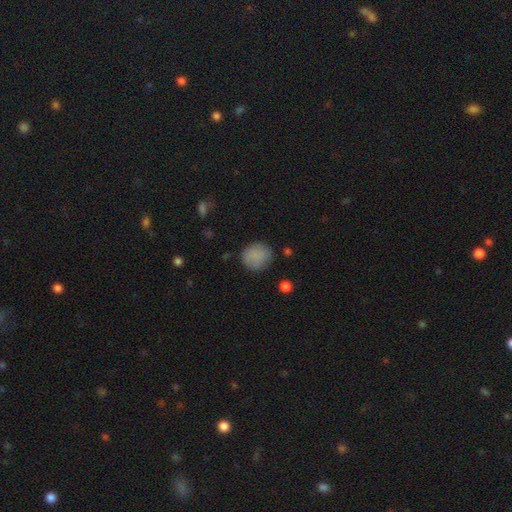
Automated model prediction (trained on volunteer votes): smooth-or-featured: smooth: 85% | star or artifact: 9% | featured or disk: 6%
  how-rounded: round: 81% | in between: 18% | cigar-shaped: 1%
  merging: none: 79% | minor disturbance: 15% | major disturbance: 4% | merger: 2%